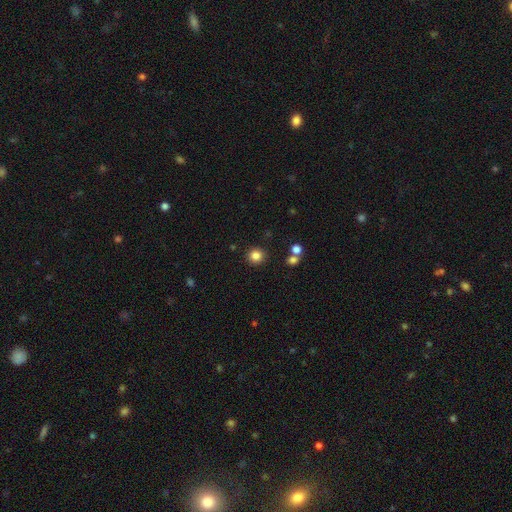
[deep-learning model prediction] Morphology: type=smooth (84%); roundness=round (91%); merging=none (89%).